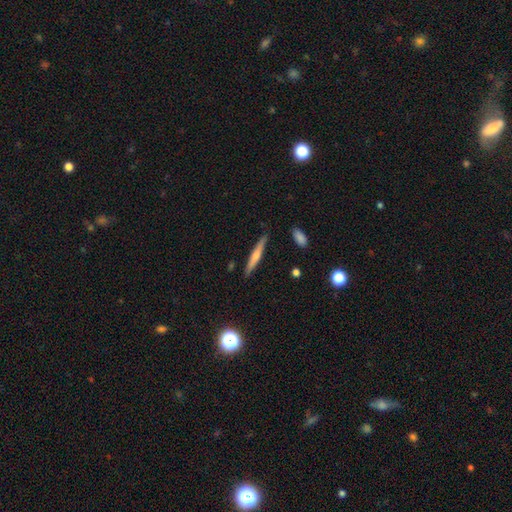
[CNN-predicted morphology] Smooth or featured: smooth — 51% (featured or disk — 43%)
How rounded: cigar-shaped — 94% (in between — 5%)
Merging: none — 88% (minor disturbance — 9%)